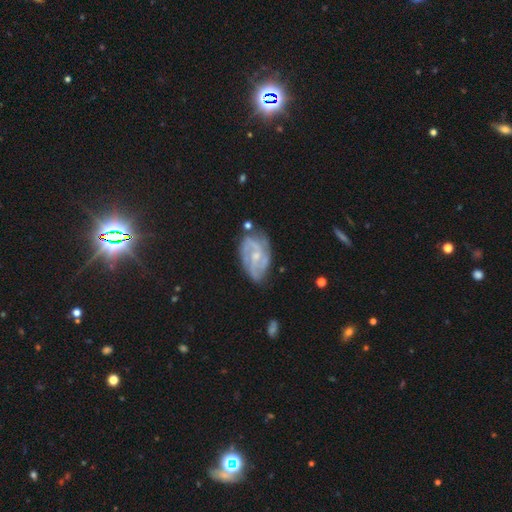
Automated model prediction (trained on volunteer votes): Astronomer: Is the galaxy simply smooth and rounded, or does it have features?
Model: featured or disk — 83%.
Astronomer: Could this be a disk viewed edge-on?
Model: no — 97%.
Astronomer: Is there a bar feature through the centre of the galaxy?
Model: no — 51% (runner-up: weak, 41%).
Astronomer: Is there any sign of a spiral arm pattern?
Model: yes — 94%.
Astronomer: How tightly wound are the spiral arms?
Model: tight — 44% (runner-up: medium, 43%).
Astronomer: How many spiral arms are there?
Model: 2 — 38% (runner-up: 3, 28%).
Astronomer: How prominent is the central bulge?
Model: small — 59%.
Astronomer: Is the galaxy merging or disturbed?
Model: none — 64%.